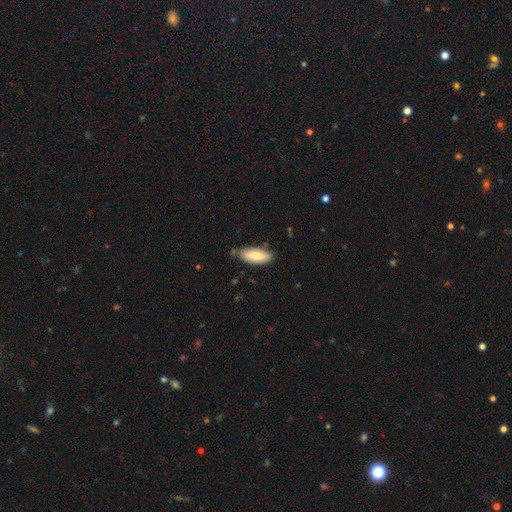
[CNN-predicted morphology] Smooth or featured: smooth — 77% (featured or disk — 17%)
How rounded: in between — 77% (cigar-shaped — 21%)
Merging: none — 70% (minor disturbance — 23%)